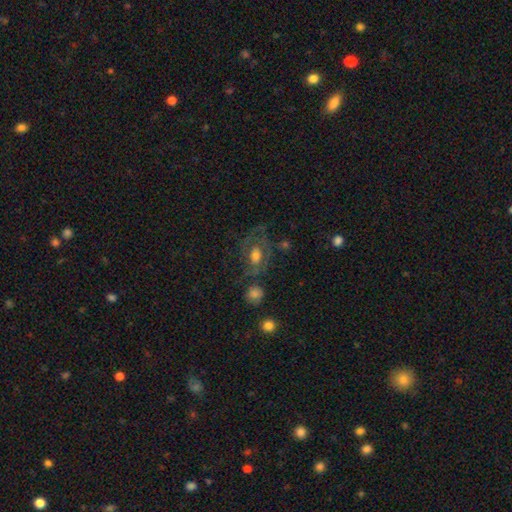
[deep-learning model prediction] This is possibly a featured or disk galaxy (51%). It is clearly not viewed edge-on (94%). Merging: possibly none (51%).